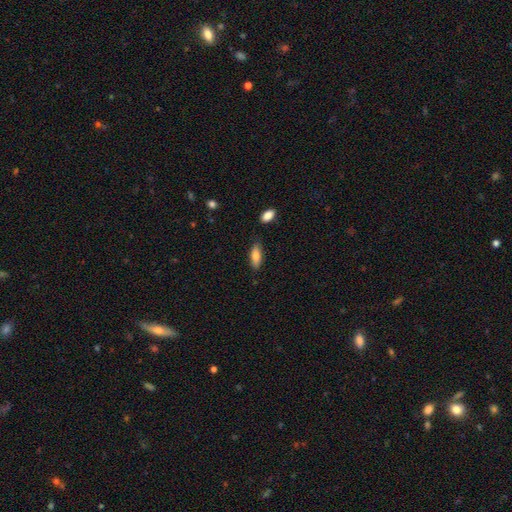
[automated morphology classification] Overall: smooth (80%). How rounded: in between (62%; cigar-shaped 36%). Merging: none (83%).